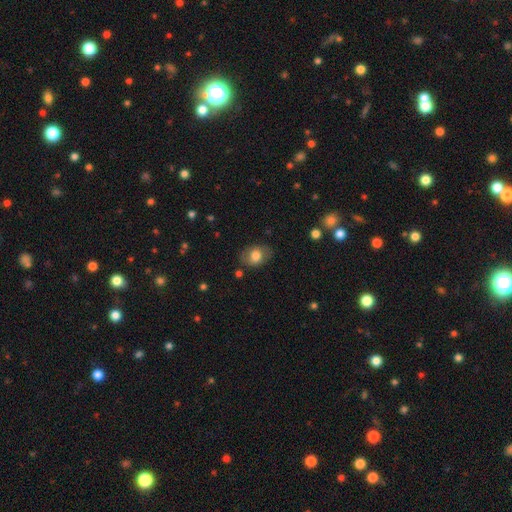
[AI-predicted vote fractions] Q: Smooth or featured?
A: smooth (74%); runner-up: featured or disk (18%)
Q: How rounded?
A: in between (68%); runner-up: round (31%)
Q: Merging?
A: none (79%); runner-up: minor disturbance (15%)